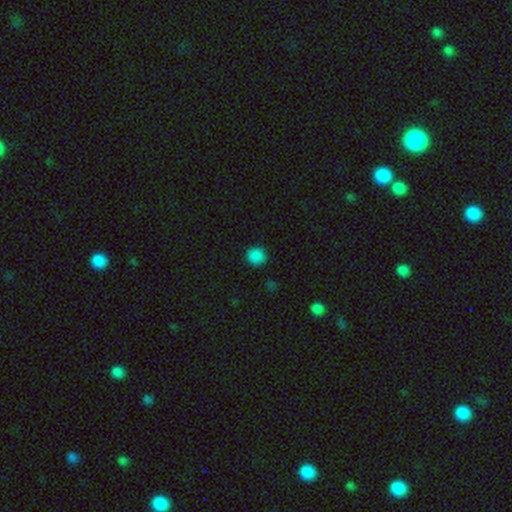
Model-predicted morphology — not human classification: Overall: smooth (86%). How rounded: round (89%). Merging: none (89%).